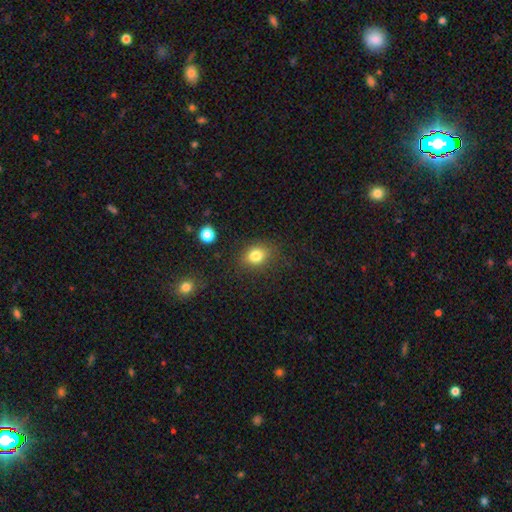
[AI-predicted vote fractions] Smooth or featured: smooth — 81% (star or artifact — 11%)
How rounded: round — 50% (in between — 48%)
Merging: none — 82% (minor disturbance — 12%)